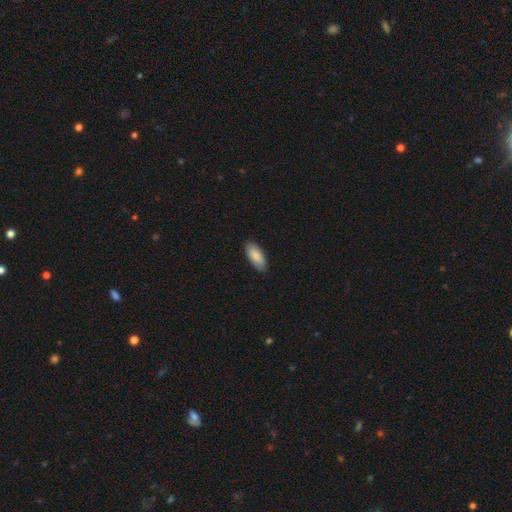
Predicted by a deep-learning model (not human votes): Smooth or featured?
  - smooth: 88% *
  - featured or disk: 7%
  - star or artifact: 5%
How rounded?
  - in between: 85% *
  - cigar-shaped: 13%
  - round: 2%
Merging?
  - none: 88% *
  - minor disturbance: 9%
  - major disturbance: 2%
  - merger: 1%